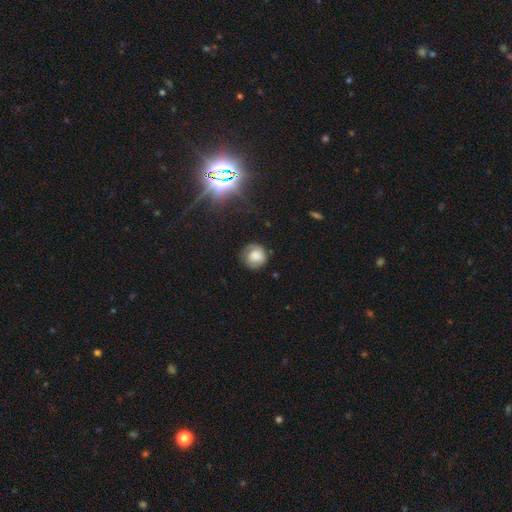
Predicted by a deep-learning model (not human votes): The model was most divided on "merging": none: 71%, minor disturbance: 21%, major disturbance: 7%, merger: 2%. More confident: how rounded — round (89%); smooth or featured — smooth (73%).